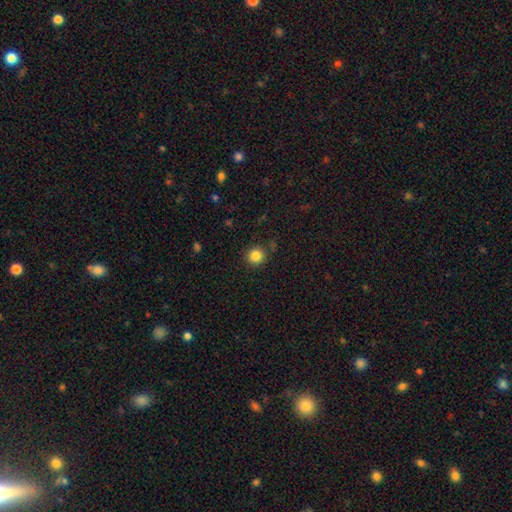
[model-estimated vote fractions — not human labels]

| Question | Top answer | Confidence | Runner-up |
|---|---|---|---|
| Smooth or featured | smooth | 84% | star or artifact (11%) |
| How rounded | round | 93% | in between (6%) |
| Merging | none | 87% | minor disturbance (8%) |